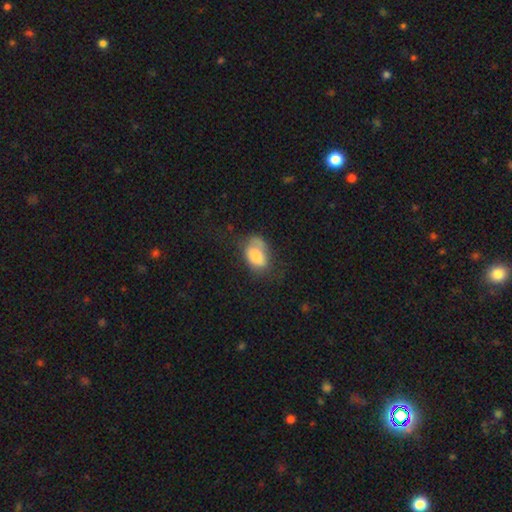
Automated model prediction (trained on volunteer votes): smooth 73%, featured or disk 19%, star or artifact 8%. Down the decision tree: how rounded — in between (87%); merging — none (41%).